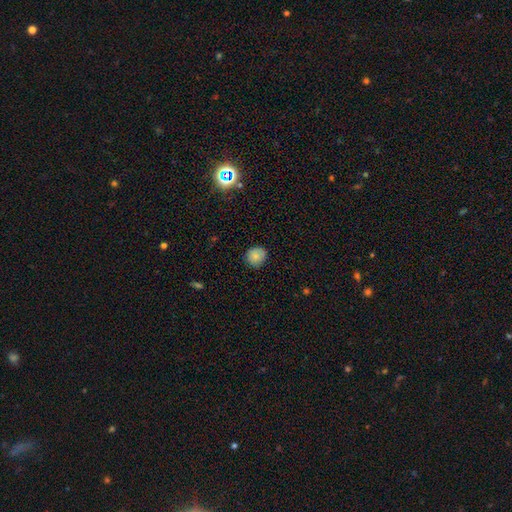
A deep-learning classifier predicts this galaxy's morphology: Q: Smooth or featured?
A: smooth (81%); runner-up: star or artifact (10%)
Q: How rounded?
A: round (83%); runner-up: in between (16%)
Q: Merging?
A: none (82%); runner-up: minor disturbance (14%)